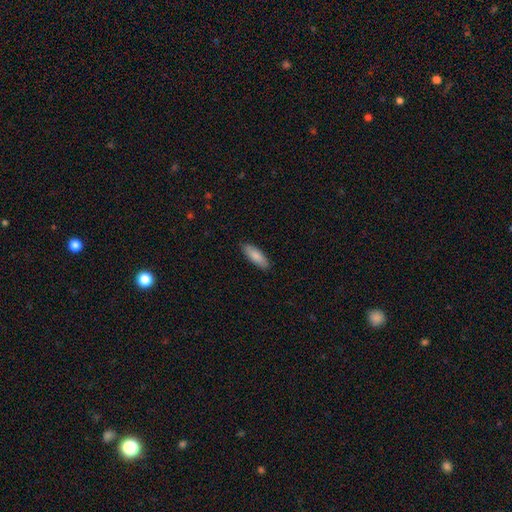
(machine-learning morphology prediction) Smooth or featured: smooth — 86% (featured or disk — 8%)
How rounded: in between — 55% (cigar-shaped — 43%)
Merging: none — 89% (minor disturbance — 9%)